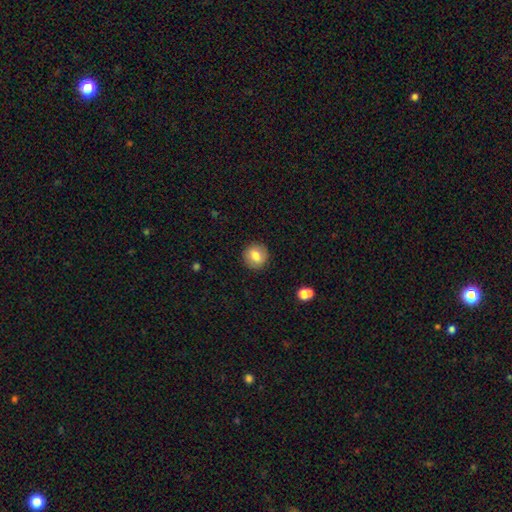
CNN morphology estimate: smooth 77%, featured or disk 14%, star or artifact 9%. Down the decision tree: how rounded — round (88%); merging — none (90%).